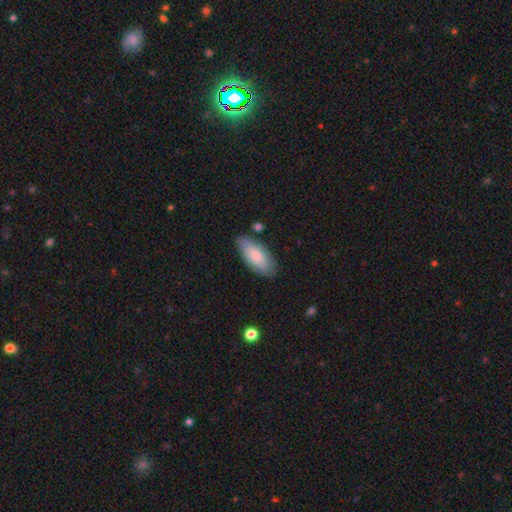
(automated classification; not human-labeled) smooth 79%, featured or disk 15%, star or artifact 6%. Down the decision tree: how rounded — in between (89%); merging — none (74%).